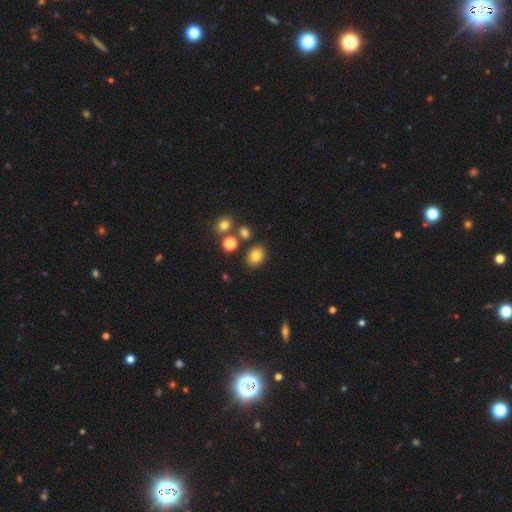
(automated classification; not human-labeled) smooth_or_featured: smooth (p=0.80) [alt: star or artifact p=0.12]
how_rounded: in between (p=0.57) [alt: round p=0.42]
merging: none (p=0.82) [alt: minor disturbance p=0.09]